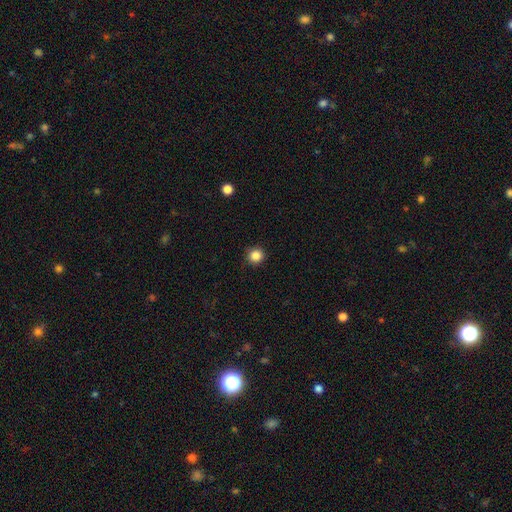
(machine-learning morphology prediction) type=smooth (85%); roundness=round (95%); merging=none (91%).